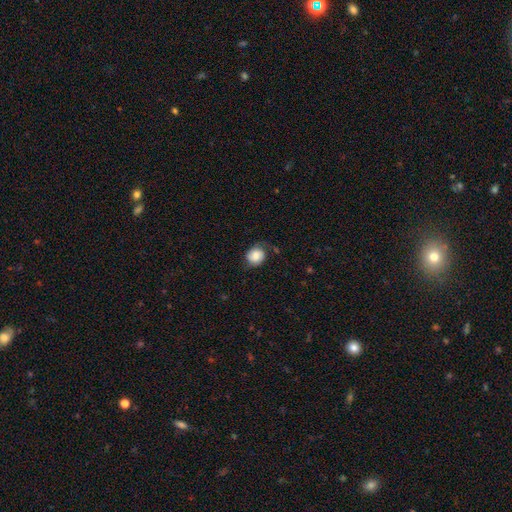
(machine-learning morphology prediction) smooth 65%, featured or disk 26%, star or artifact 9%. Down the decision tree: how rounded — round (68%); merging — none (60%).